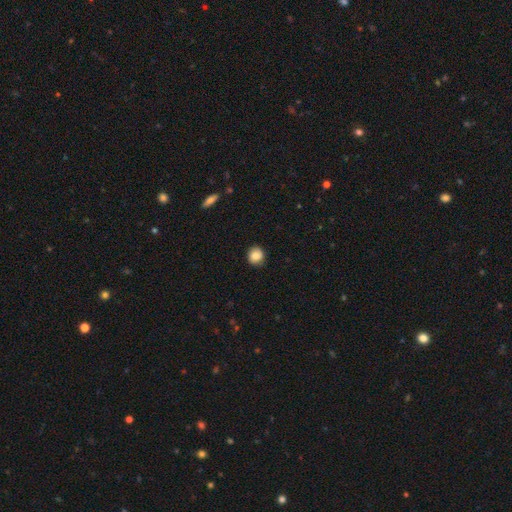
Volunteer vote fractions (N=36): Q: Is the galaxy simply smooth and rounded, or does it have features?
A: smooth — 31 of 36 (86%).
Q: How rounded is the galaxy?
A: round — 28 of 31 (90%).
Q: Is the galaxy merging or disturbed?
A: none — 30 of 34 (88%).